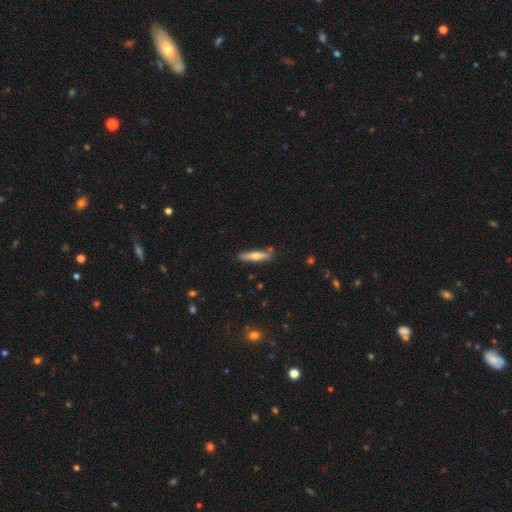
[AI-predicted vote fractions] smooth_or_featured: smooth (p=0.53) [alt: featured or disk p=0.41]
how_rounded: cigar-shaped (p=0.83) [alt: in between p=0.15]
merging: none (p=0.80) [alt: minor disturbance p=0.13]